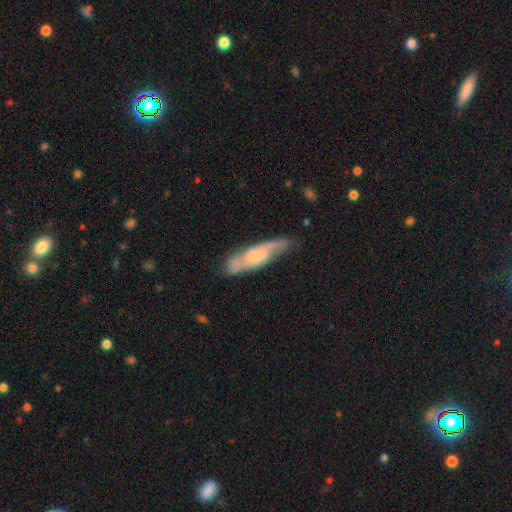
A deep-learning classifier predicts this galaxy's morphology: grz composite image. It shows a featured or disk galaxy (63%). Merging: none (68%).